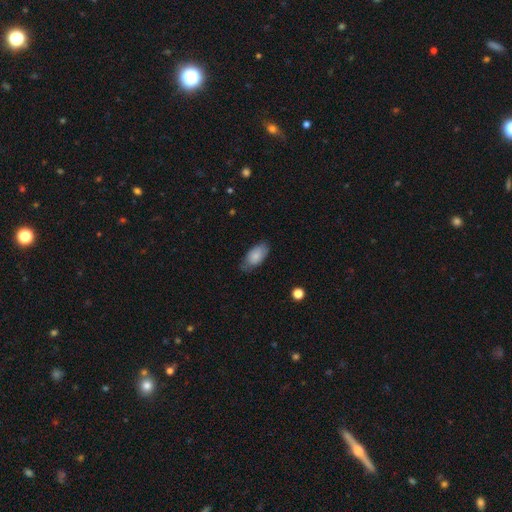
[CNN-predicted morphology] This is clearly a smooth galaxy (81%). How rounded: clearly in between (93%). Merging: likely none (65%).